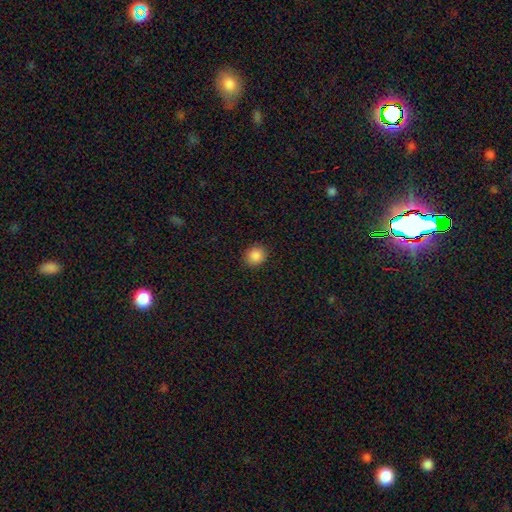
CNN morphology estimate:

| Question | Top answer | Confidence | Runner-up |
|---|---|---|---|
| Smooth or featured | smooth | 87% | star or artifact (10%) |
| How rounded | round | 82% | in between (18%) |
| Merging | none | 90% | minor disturbance (6%) |